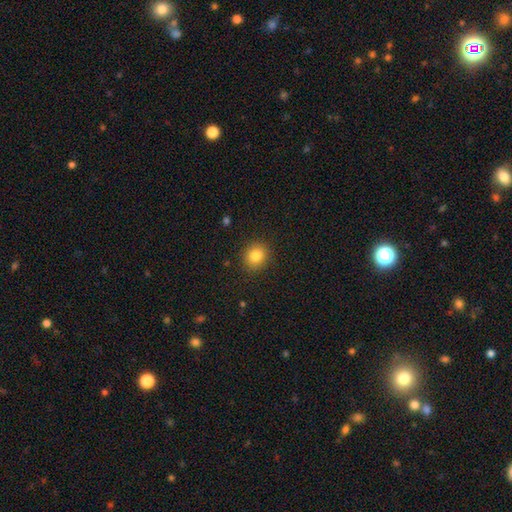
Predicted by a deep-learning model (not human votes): Smooth or featured?
  - smooth: 83% *
  - star or artifact: 11%
  - featured or disk: 6%
How rounded?
  - round: 78% *
  - in between: 21%
  - cigar-shaped: 1%
Merging?
  - none: 89% *
  - minor disturbance: 7%
  - major disturbance: 2%
  - merger: 1%